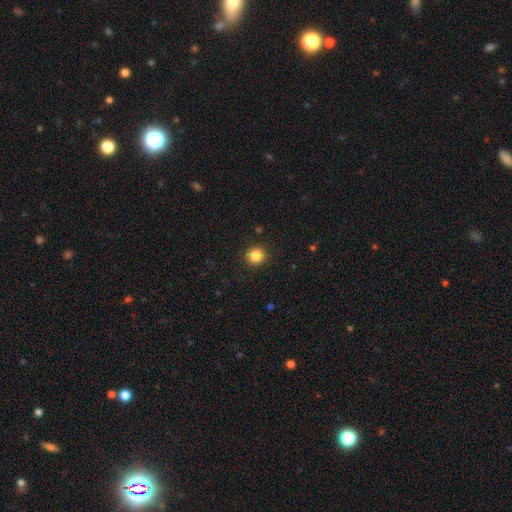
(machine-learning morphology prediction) Q: Smooth or featured?
A: smooth (85%); runner-up: star or artifact (11%)
Q: How rounded?
A: round (90%); runner-up: in between (9%)
Q: Merging?
A: none (91%); runner-up: minor disturbance (6%)